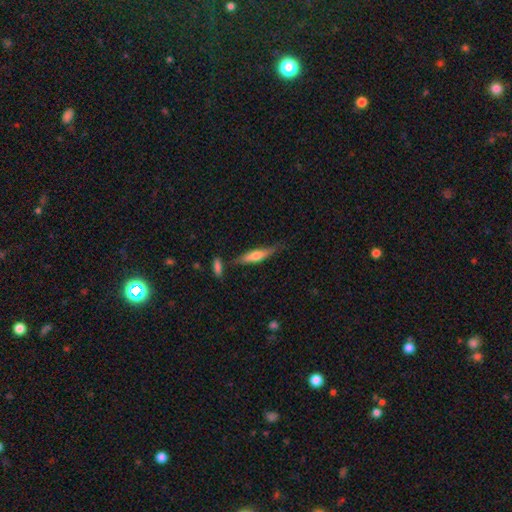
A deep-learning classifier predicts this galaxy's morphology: Overall: smooth (51%; featured or disk 43%). How rounded: cigar-shaped (78%). Merging: none (70%).